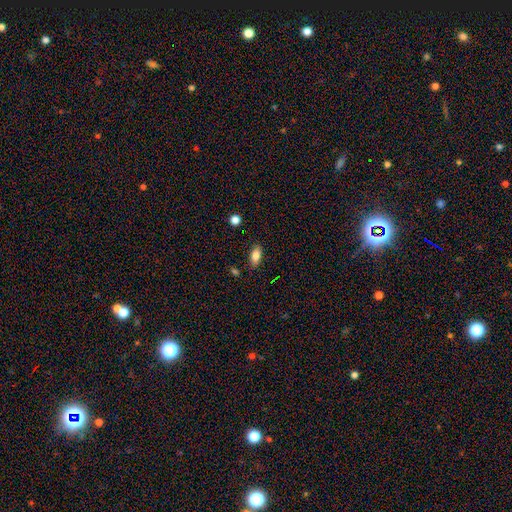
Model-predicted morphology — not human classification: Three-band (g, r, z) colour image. It shows a smooth galaxy with no disk features (82%) that is in between round and cigar-shaped (88%). Merging: none (85%).